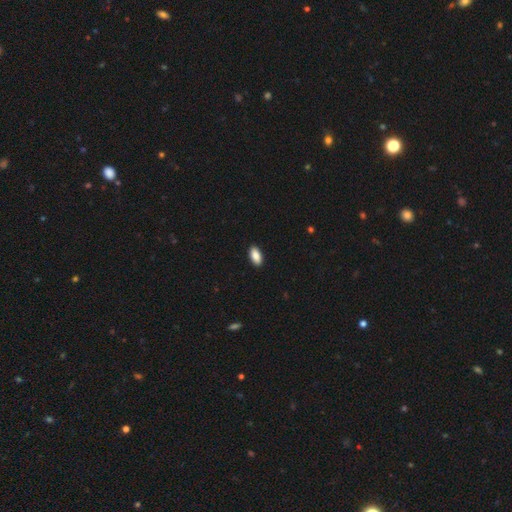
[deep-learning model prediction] smooth 89%, star or artifact 7%, featured or disk 4%. Down the decision tree: how rounded — in between (92%); merging — none (91%).